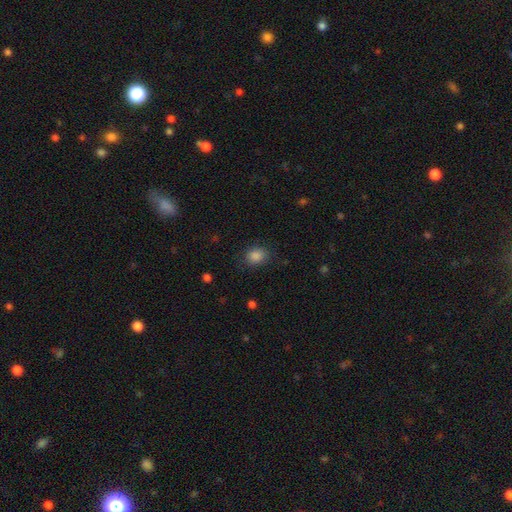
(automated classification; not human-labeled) A smooth galaxy with no disk features (86%) that is round (54%). Merging: none (82%).